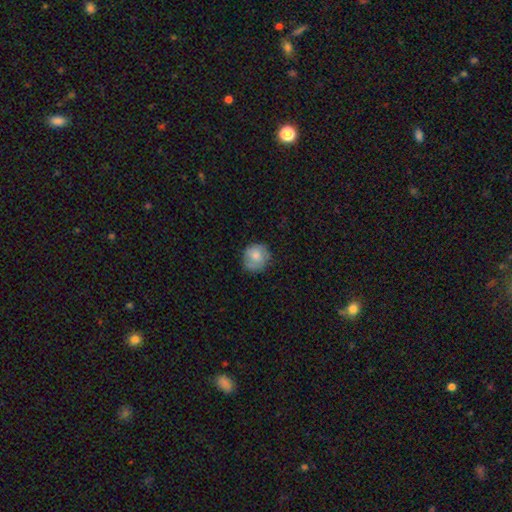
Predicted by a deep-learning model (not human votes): A smooth galaxy with no disk features (71%) that is round (85%).

Vote fractions:
- Smooth or featured? smooth: 71% / featured or disk: 21% / star or artifact: 7%
- How rounded? round: 85% / in between: 14% / cigar-shaped: 1%
- Merging? none: 71% / minor disturbance: 22% / major disturbance: 6% / merger: 1%